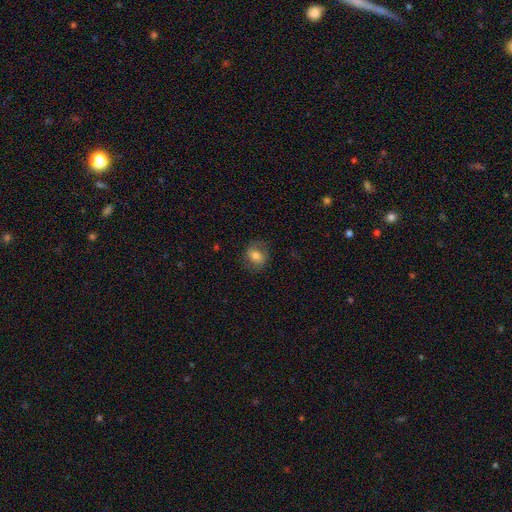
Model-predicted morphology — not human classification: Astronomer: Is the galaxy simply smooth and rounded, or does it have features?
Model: smooth — 67%.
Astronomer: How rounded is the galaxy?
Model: round — 60% (runner-up: in between, 38%).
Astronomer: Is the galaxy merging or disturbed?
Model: none — 77%.